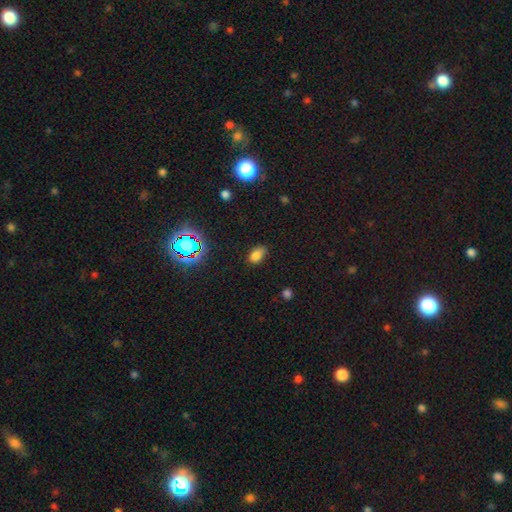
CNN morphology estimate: Smooth or featured? smooth (77%)
How rounded? in between (88%)
Merging? none (76%)